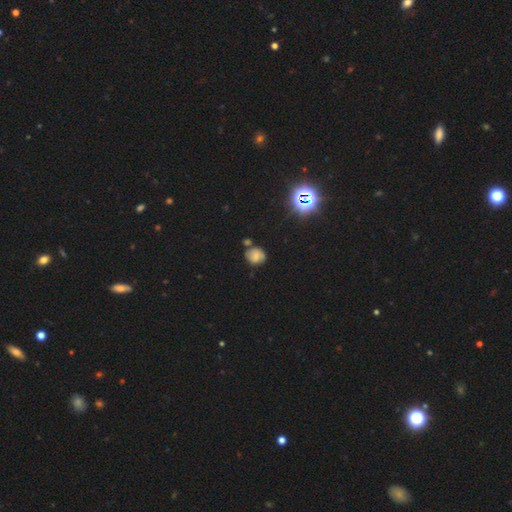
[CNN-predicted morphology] smooth 60%, featured or disk 22%, star or artifact 18%. Down the decision tree: how rounded — round (75%); merging — none (65%).